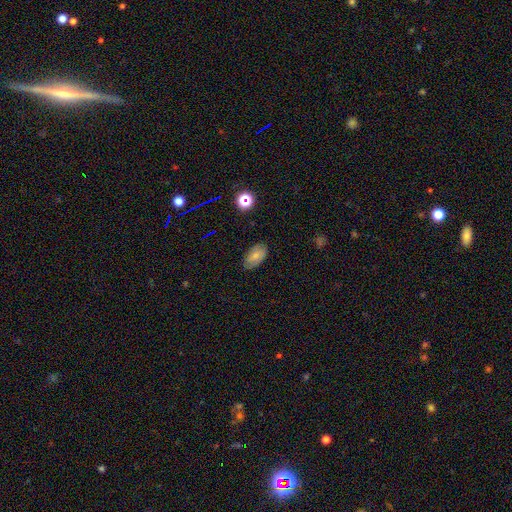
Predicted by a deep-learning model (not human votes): Smooth or featured?
  - smooth: 70% *
  - featured or disk: 19%
  - star or artifact: 11%
How rounded?
  - in between: 92% *
  - round: 6%
  - cigar-shaped: 2%
Merging?
  - none: 80% *
  - minor disturbance: 16%
  - major disturbance: 3%
  - merger: 1%